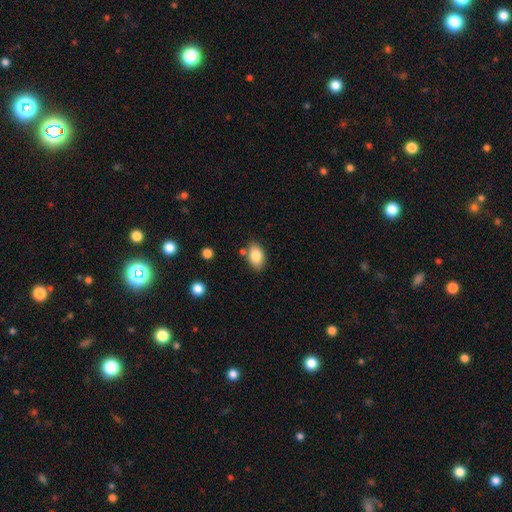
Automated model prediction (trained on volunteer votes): A smooth galaxy with no disk features (83%) that is in between round and cigar-shaped (88%). Merging: none (76%).